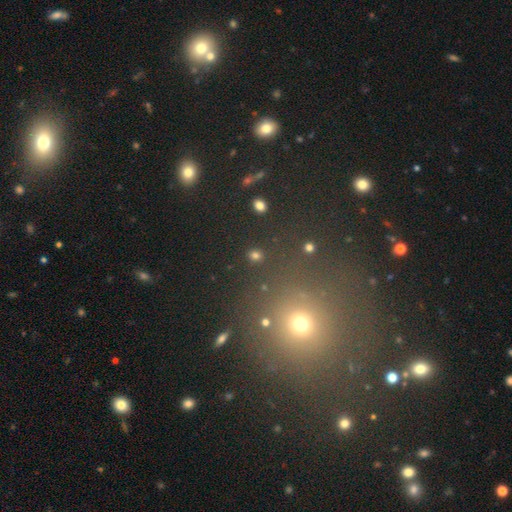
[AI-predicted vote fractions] Smooth or featured?
  - smooth: 55% *
  - star or artifact: 36%
  - featured or disk: 9%
How rounded?
  - round: 81% *
  - in between: 16%
  - cigar-shaped: 3%
Merging?
  - none: 87% *
  - minor disturbance: 6%
  - merger: 4%
  - major disturbance: 3%